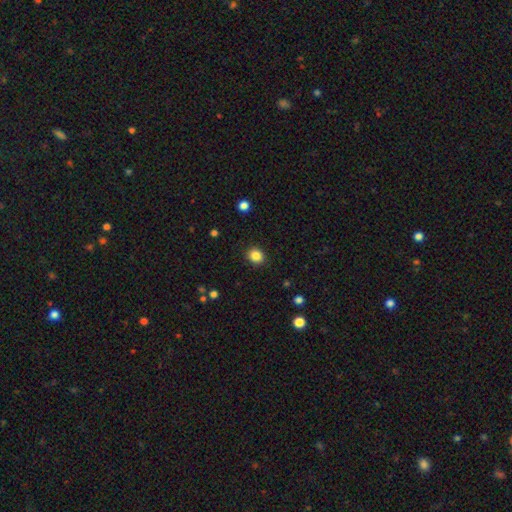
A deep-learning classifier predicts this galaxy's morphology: A smooth galaxy with no disk features (86%) that is round (74%). Merging: none (91%).